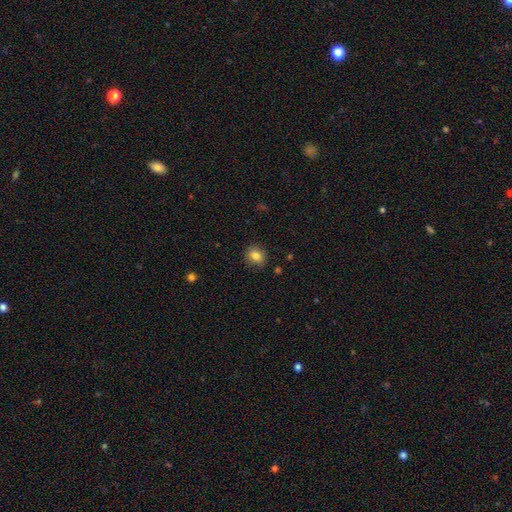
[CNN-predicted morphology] This is clearly a smooth galaxy (82%). How rounded: likely round (75%). Merging: clearly none (86%).